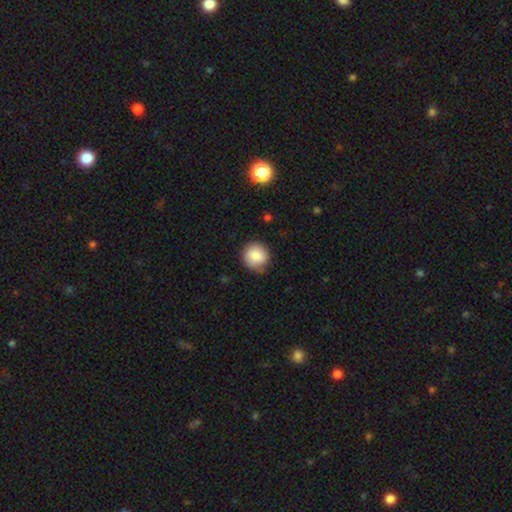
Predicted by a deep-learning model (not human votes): A smooth galaxy with no disk features (84%) that is round (92%).

Vote fractions:
- Smooth or featured? smooth: 84% / featured or disk: 8% / star or artifact: 8%
- How rounded? round: 92% / in between: 7% / cigar-shaped: 1%
- Merging? none: 80% / minor disturbance: 15% / major disturbance: 3% / merger: 1%